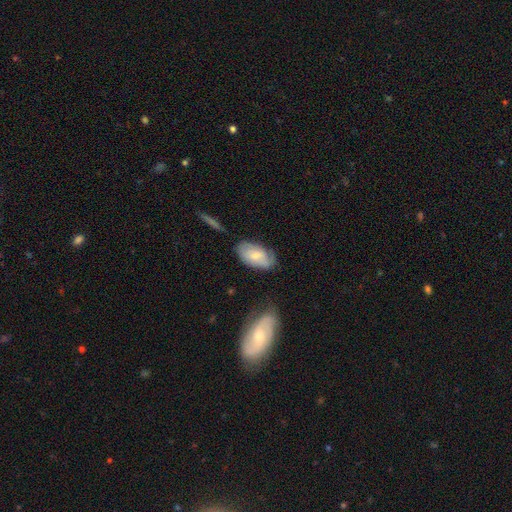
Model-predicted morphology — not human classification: Smooth or featured? Predicted: smooth (p=0.64). How rounded? Predicted: in between (p=0.94). Merging? Predicted: none (p=0.64).